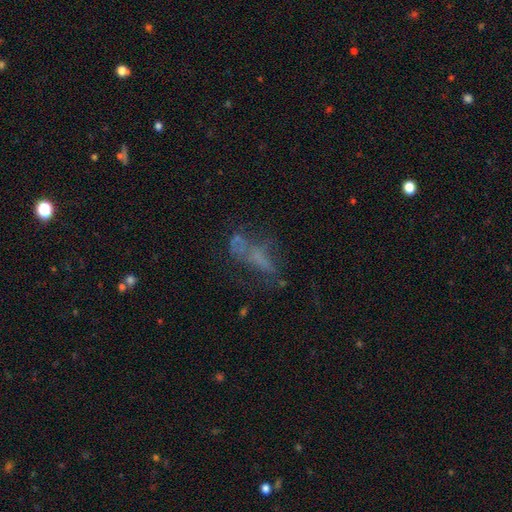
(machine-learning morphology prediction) Smooth or featured: featured or disk — 44% (smooth — 33%)
Merging: none — 39% (major disturbance — 31%)